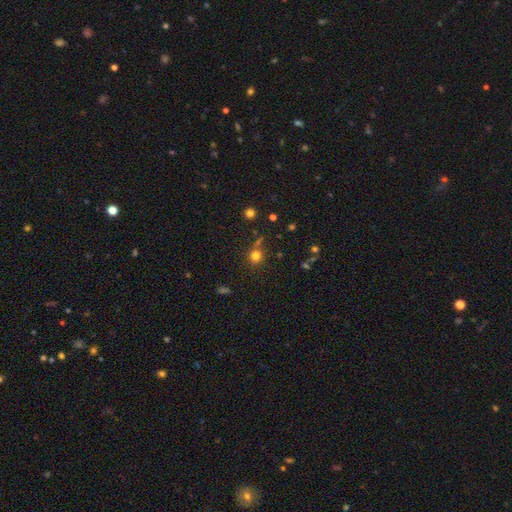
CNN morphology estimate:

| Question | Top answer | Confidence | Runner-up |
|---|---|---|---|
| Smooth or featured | smooth | 75% | star or artifact (18%) |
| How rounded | round | 86% | in between (12%) |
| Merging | none | 73% | minor disturbance (12%) |